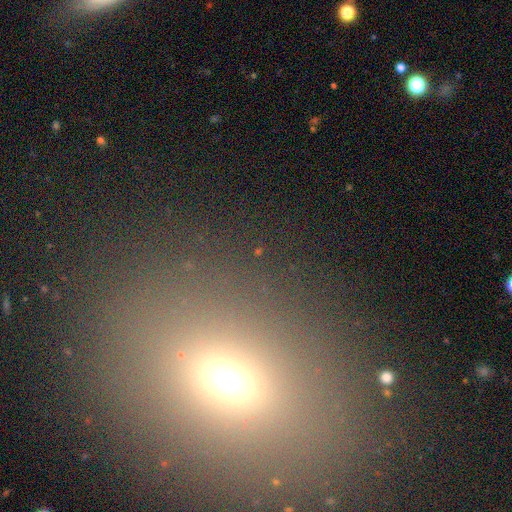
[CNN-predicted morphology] type=smooth (53%); roundness=in between (60%); merging=none (82%).